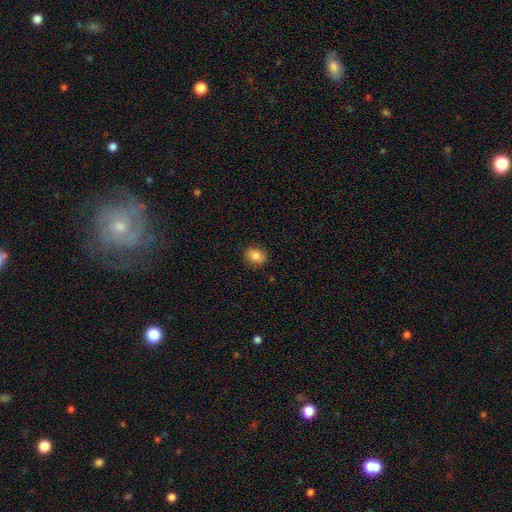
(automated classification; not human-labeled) This appears to be a smooth galaxy with no disk features (85%) that is round (68%). Merging: none (89%).